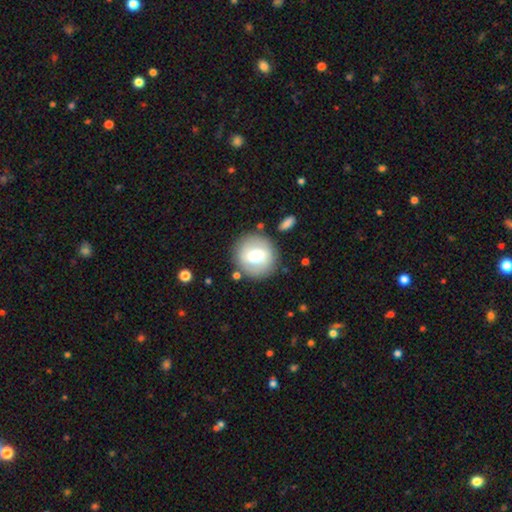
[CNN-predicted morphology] A smooth galaxy with no disk features (60%) that is round (91%).

Vote fractions:
- Smooth or featured? smooth: 60% / featured or disk: 32% / star or artifact: 8%
- How rounded? round: 91% / in between: 8% / cigar-shaped: 1%
- Merging? none: 82% / minor disturbance: 10% / merger: 4% / major disturbance: 4%